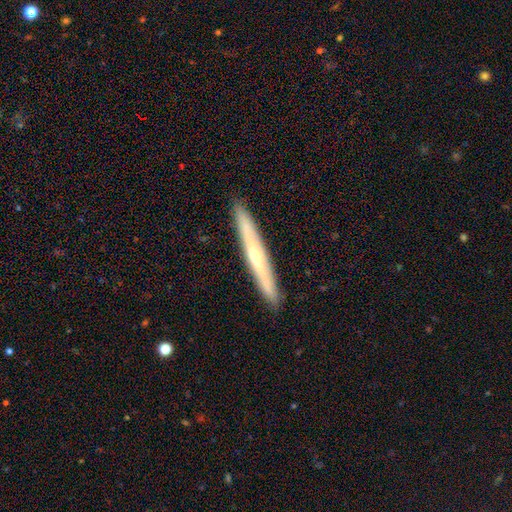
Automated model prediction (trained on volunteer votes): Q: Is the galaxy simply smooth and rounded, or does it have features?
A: featured or disk — 61%.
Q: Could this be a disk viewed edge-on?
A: yes — 93%.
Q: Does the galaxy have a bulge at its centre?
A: rounded — 72%.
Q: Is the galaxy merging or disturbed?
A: none — 92%.